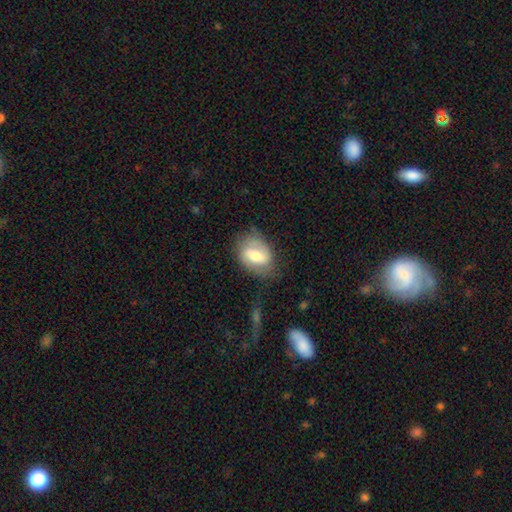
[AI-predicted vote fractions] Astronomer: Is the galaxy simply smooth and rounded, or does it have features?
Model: smooth — 48% (runner-up: featured or disk, 45%).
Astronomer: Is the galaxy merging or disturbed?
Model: none — 62%.